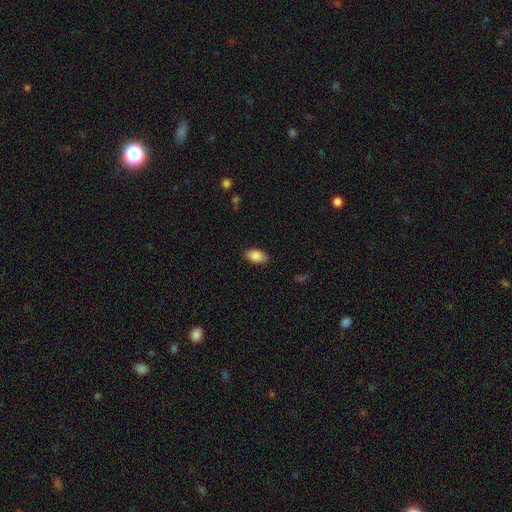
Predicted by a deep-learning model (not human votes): Morphology: type=smooth (87%); roundness=in between (92%); merging=none (87%).